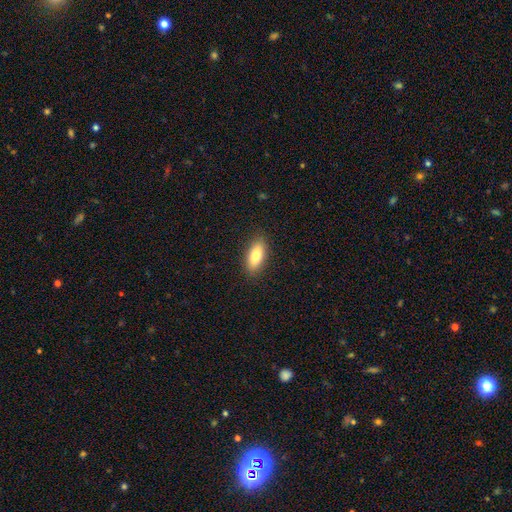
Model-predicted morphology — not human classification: A smooth galaxy with no disk features (80%) that is in between round and cigar-shaped (80%).

Vote fractions:
- Smooth or featured? smooth: 80% / featured or disk: 13% / star or artifact: 7%
- How rounded? in between: 80% / cigar-shaped: 18% / round: 3%
- Merging? none: 88% / minor disturbance: 9% / major disturbance: 2% / merger: 1%